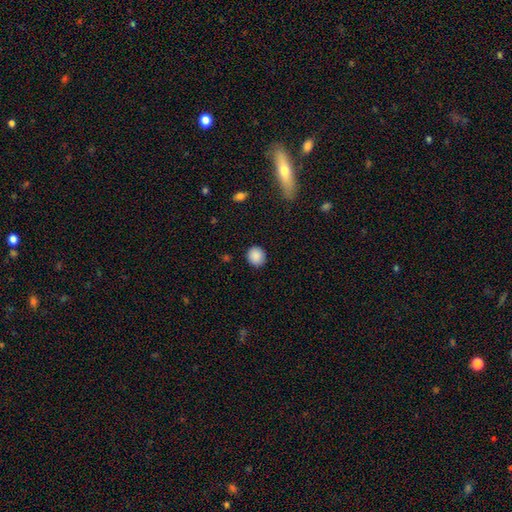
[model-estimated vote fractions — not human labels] Smooth or featured: smooth — 89% (star or artifact — 8%)
How rounded: round — 79% (in between — 20%)
Merging: none — 89% (minor disturbance — 8%)